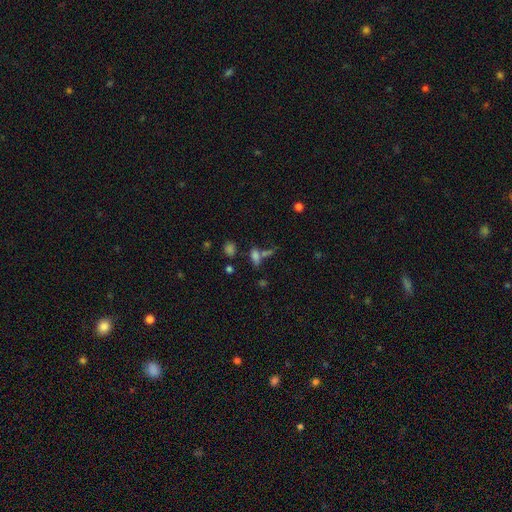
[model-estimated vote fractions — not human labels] Morphology: type=smooth (67%); roundness=in between (65%); merging=none (48%).